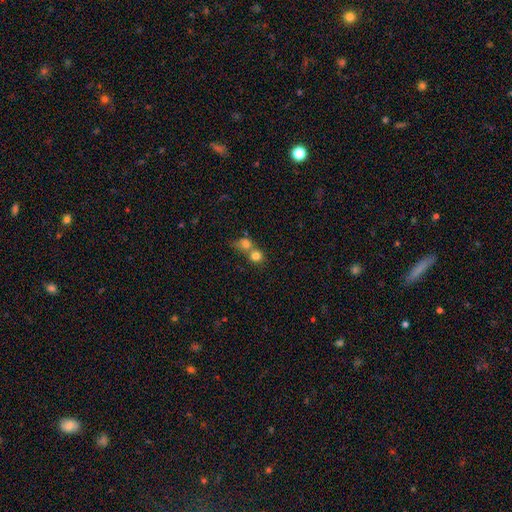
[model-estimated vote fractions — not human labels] smooth-or-featured: smooth: 78% | star or artifact: 12% | featured or disk: 10%
  how-rounded: round: 81% | in between: 17% | cigar-shaped: 1%
  merging: merger: 59% | none: 33% | minor disturbance: 5% | major disturbance: 3%